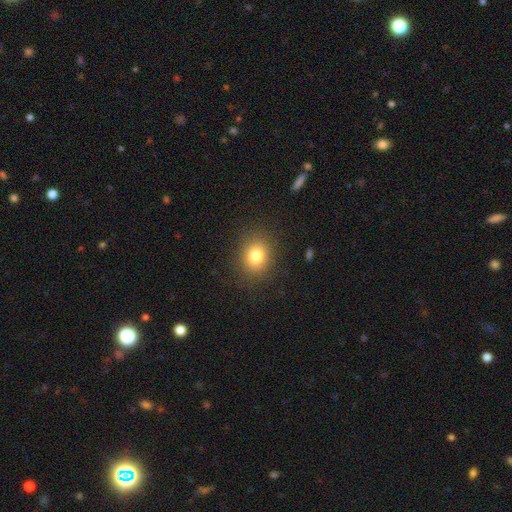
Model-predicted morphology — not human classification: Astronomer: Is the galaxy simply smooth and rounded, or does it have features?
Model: smooth — 80%.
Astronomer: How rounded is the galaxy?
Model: round — 62% (runner-up: in between, 37%).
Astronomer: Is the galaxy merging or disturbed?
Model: none — 87%.